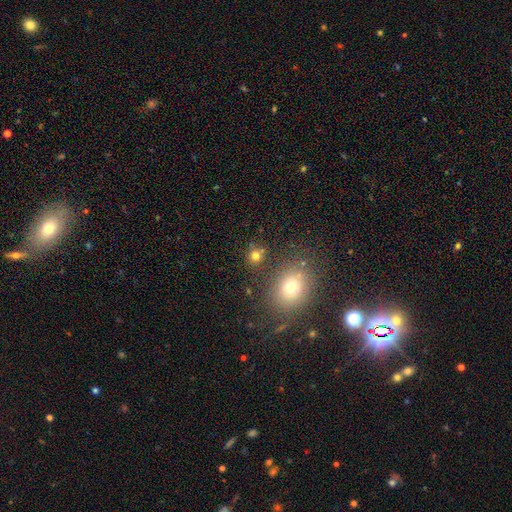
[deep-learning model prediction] Overall: smooth (73%). How rounded: round (81%). Merging: none (77%).